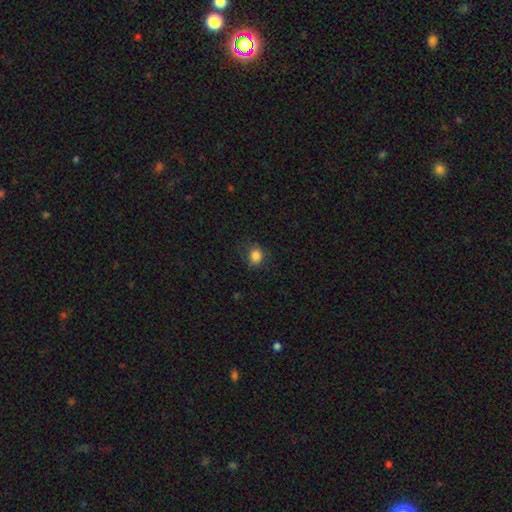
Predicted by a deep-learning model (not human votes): Smooth or featured: smooth — 85% (star or artifact — 11%)
How rounded: round — 62% (in between — 37%)
Merging: none — 74% (minor disturbance — 19%)